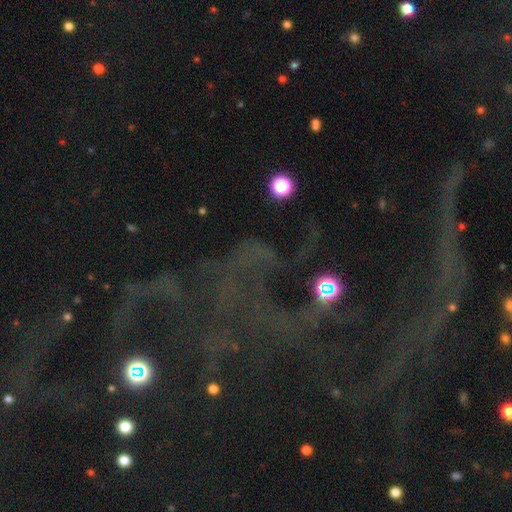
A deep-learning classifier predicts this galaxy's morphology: star or artifact 50%, featured or disk 27%, smooth 23%.